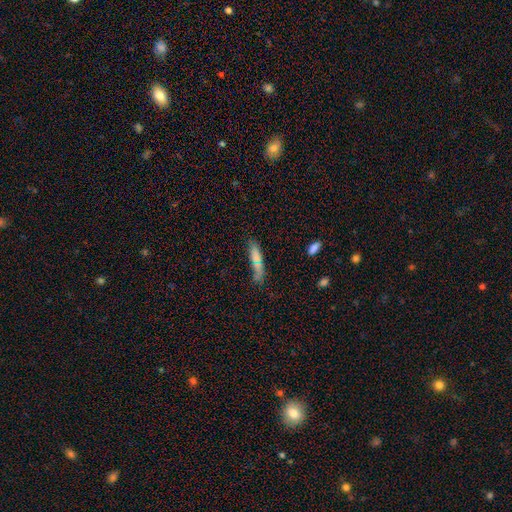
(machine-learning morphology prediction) Smooth or featured? Predicted: smooth (p=0.64). How rounded? Predicted: cigar-shaped (p=0.82). Merging? Predicted: none (p=0.61).